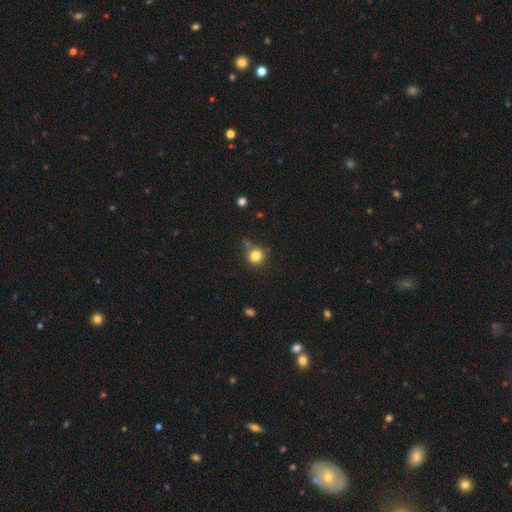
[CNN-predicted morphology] Smooth or featured: smooth — 82% (star or artifact — 13%)
How rounded: round — 92% (in between — 7%)
Merging: none — 79% (minor disturbance — 10%)